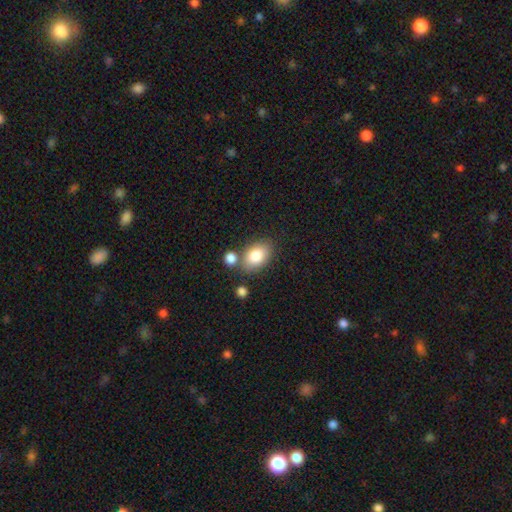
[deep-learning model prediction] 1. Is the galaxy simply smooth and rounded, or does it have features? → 82% smooth, 10% featured or disk, 8% star or artifact.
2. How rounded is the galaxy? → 84% in between, 14% round, 1% cigar-shaped.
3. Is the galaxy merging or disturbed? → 69% none, 14% merger, 13% minor disturbance, 4% major disturbance.